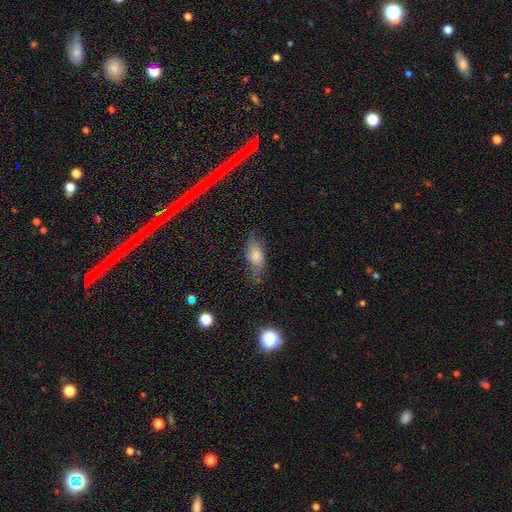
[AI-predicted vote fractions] smooth 67%, featured or disk 24%, star or artifact 9%. Down the decision tree: how rounded — in between (84%); merging — none (59%).